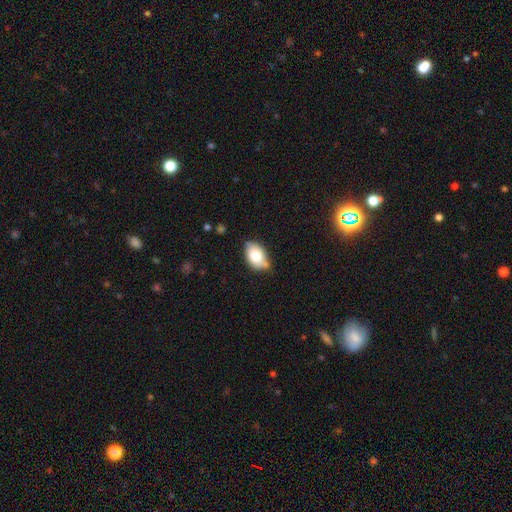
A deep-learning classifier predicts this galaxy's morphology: The model was most divided on "merging": none: 63%, minor disturbance: 27%, merger: 6%, major disturbance: 5%. More confident: how rounded — in between (89%); smooth or featured — smooth (78%).